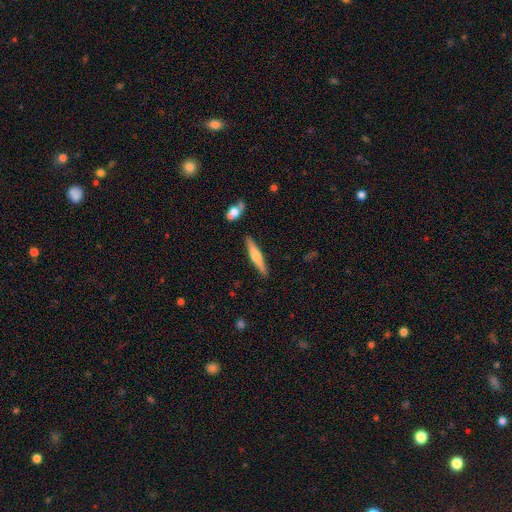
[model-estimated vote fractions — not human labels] Smooth or featured? Predicted: featured or disk (p=0.50). Merging? Predicted: none (p=0.88).